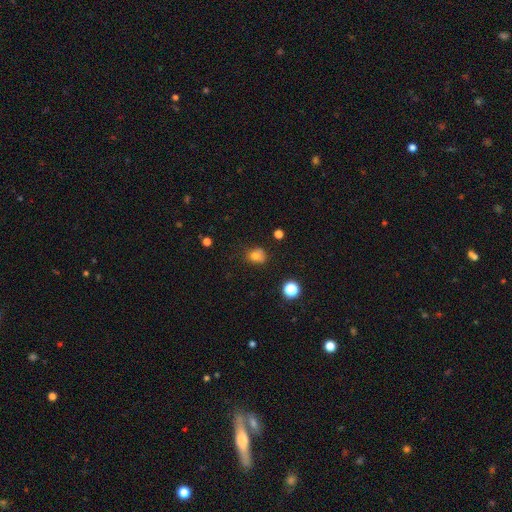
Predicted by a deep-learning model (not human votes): Overall: smooth (73%). How rounded: round (64%; in between 35%). Merging: none (51%; minor disturbance 28%).